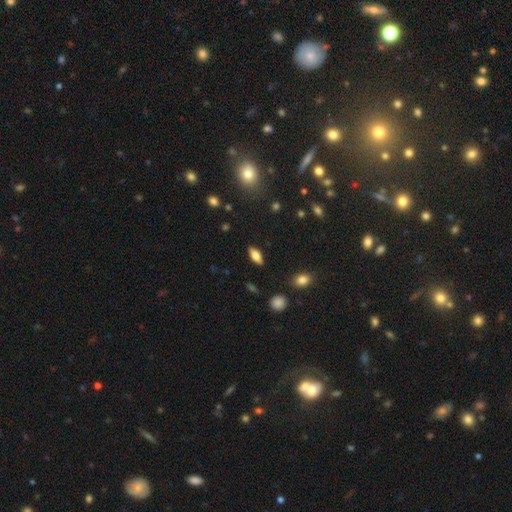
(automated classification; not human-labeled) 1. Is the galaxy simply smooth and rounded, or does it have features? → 71% smooth, 21% featured or disk, 8% star or artifact.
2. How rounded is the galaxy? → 82% in between, 15% cigar-shaped, 3% round.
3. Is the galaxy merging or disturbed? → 86% none, 10% minor disturbance, 3% major disturbance, 2% merger.